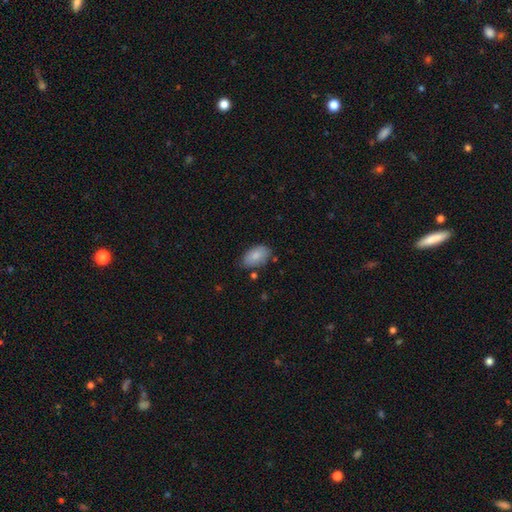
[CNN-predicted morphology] Smooth or featured: smooth — 85% (featured or disk — 8%)
How rounded: in between — 94% (round — 4%)
Merging: none — 74% (minor disturbance — 19%)